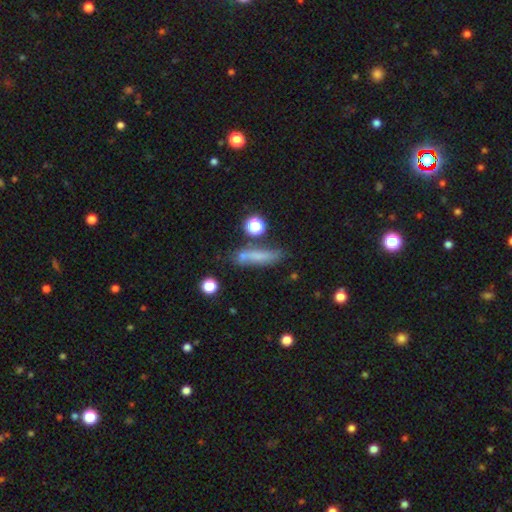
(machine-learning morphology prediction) smooth-or-featured: smooth: 63% | featured or disk: 23% | star or artifact: 13%
  how-rounded: cigar-shaped: 72% | in between: 22% | round: 6%
  merging: none: 64% | minor disturbance: 19% | merger: 10% | major disturbance: 7%